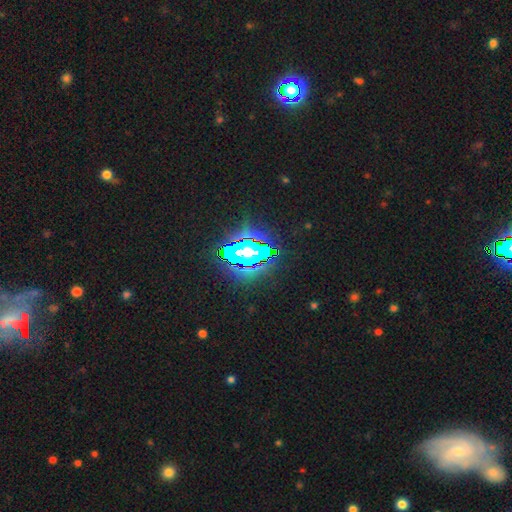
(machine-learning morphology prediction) A star or artifact, not a galaxy (77%).

Vote fractions:
- Smooth or featured? star or artifact: 77% / smooth: 12% / featured or disk: 10%